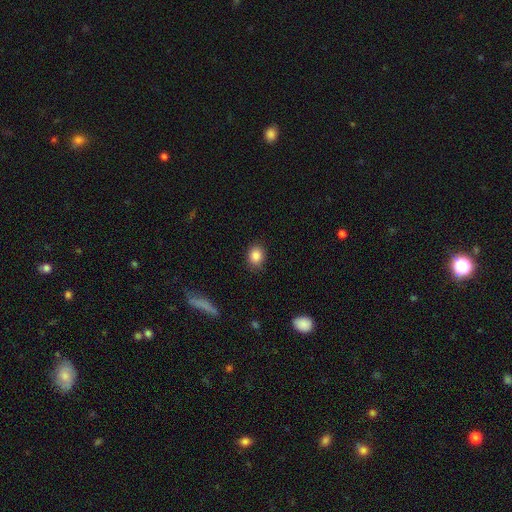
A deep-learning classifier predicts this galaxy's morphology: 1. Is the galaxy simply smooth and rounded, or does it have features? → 86% smooth, 9% star or artifact, 5% featured or disk.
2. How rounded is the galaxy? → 56% round, 42% in between, 1% cigar-shaped.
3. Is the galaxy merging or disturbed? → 86% none, 11% minor disturbance, 3% major disturbance, 1% merger.